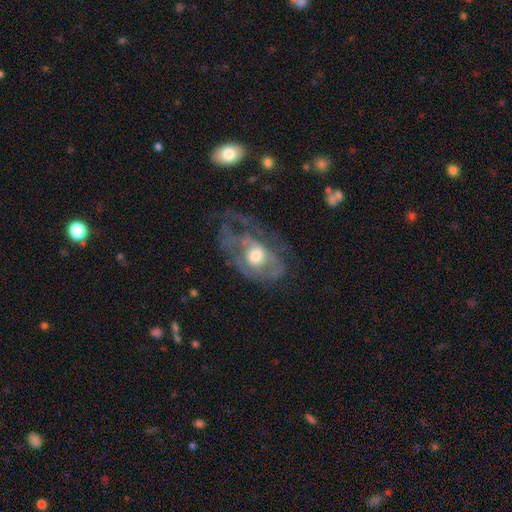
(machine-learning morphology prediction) type=featured or disk (69%); edge-on=no (94%); bar=no (79%); spiral arms=yes (57%); bulge=moderate (65%); merging=major disturbance (44%).